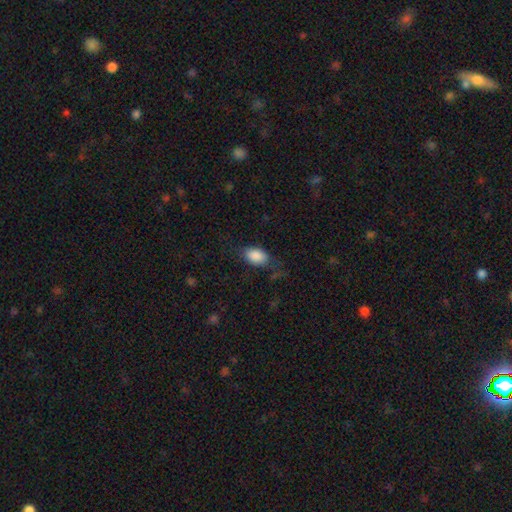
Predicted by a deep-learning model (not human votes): Smooth or featured?
  - smooth: 86% *
  - star or artifact: 7%
  - featured or disk: 7%
How rounded?
  - in between: 90% *
  - round: 8%
  - cigar-shaped: 2%
Merging?
  - none: 62% *
  - minor disturbance: 23%
  - major disturbance: 13%
  - merger: 2%